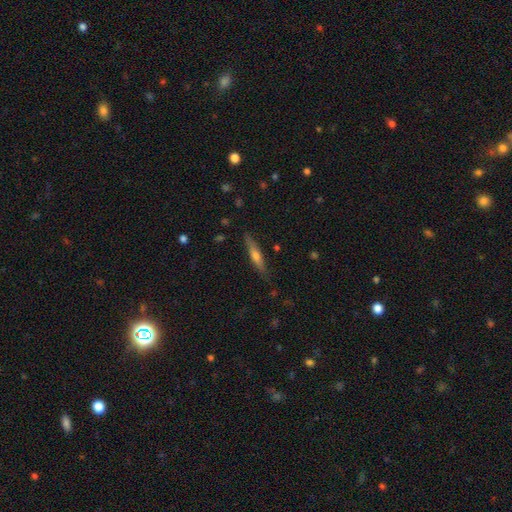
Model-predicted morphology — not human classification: Overall: featured or disk (53%; smooth 40%). Edge-on disk: yes (93%). Merging: none (86%).